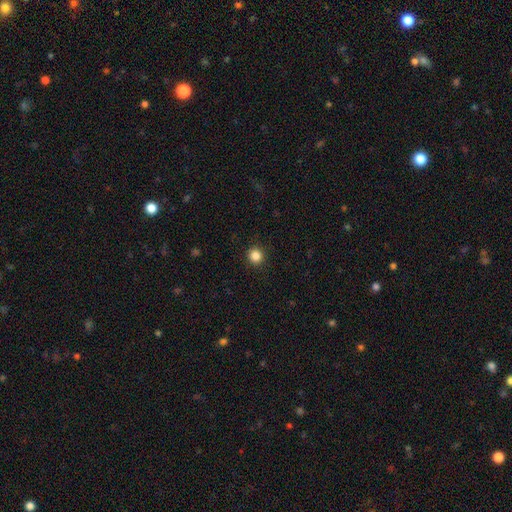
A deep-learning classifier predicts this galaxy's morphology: The model was most divided on "smooth or featured": smooth: 85%, star or artifact: 11%, featured or disk: 4%. More confident: how rounded — round (93%); merging — none (92%).